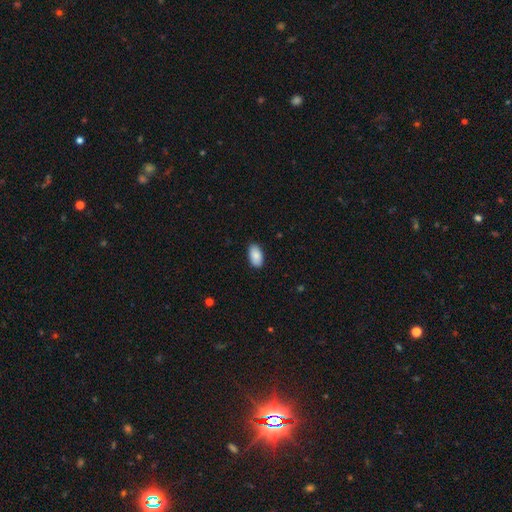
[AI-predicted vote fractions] A smooth galaxy with no disk features (89%) that is in between round and cigar-shaped (95%). Merging: none (88%).